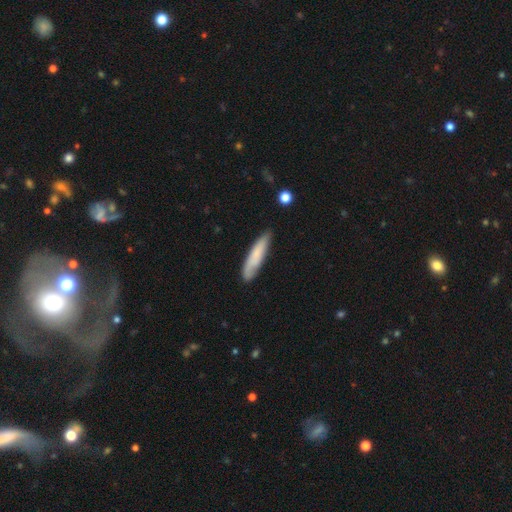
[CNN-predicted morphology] This is likely a smooth galaxy (73%). How rounded: clearly cigar-shaped (81%). Merging: likely none (77%).